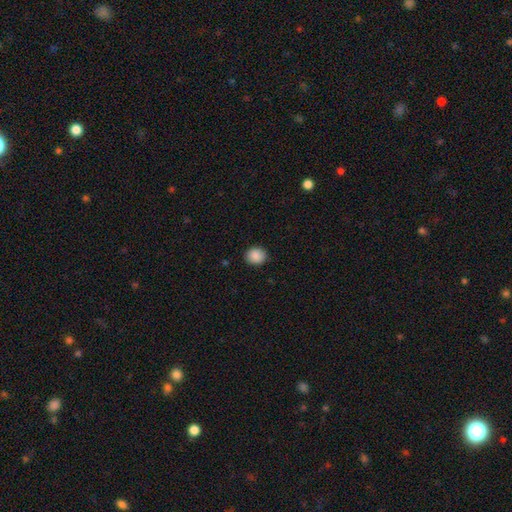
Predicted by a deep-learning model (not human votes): Smooth or featured: smooth — 89% (star or artifact — 8%)
How rounded: round — 78% (in between — 21%)
Merging: none — 90% (minor disturbance — 7%)